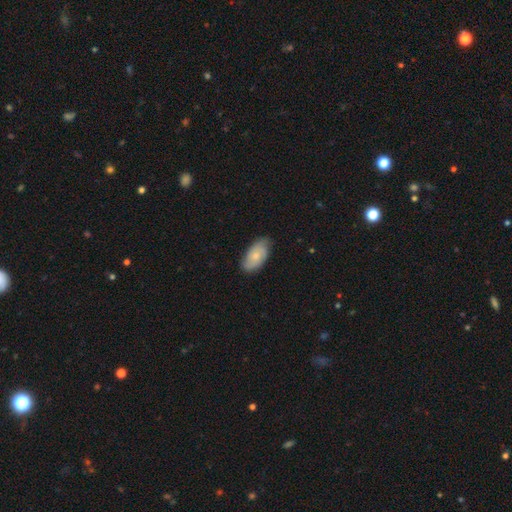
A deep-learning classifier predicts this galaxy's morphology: Q: Smooth or featured?
A: smooth (64%); runner-up: featured or disk (30%)
Q: How rounded?
A: in between (93%); runner-up: cigar-shaped (3%)
Q: Merging?
A: none (74%); runner-up: minor disturbance (22%)